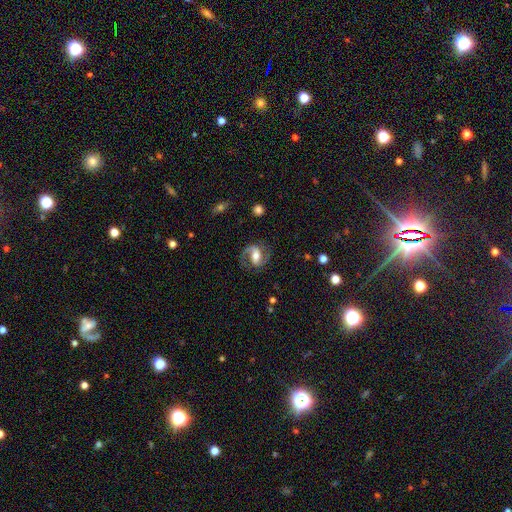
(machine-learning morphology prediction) This appears to be a featured or disk galaxy (84%) with a weak bar (39%), 2 (91%) medium (56%) spiral arms (95%) and a moderate central bulge (65%). Merging: none (78%).